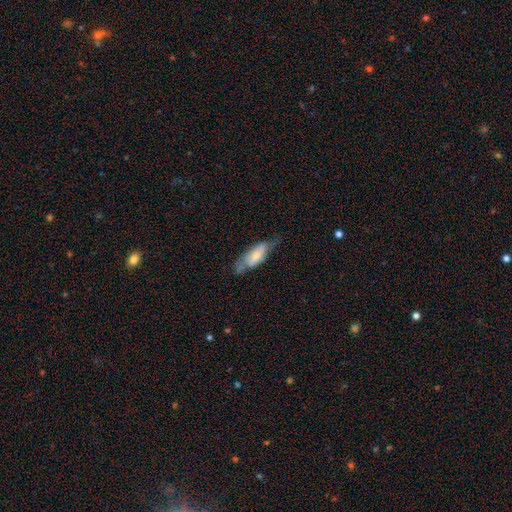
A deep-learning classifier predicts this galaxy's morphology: A smooth galaxy with no disk features (50%). Merging: none (52%).